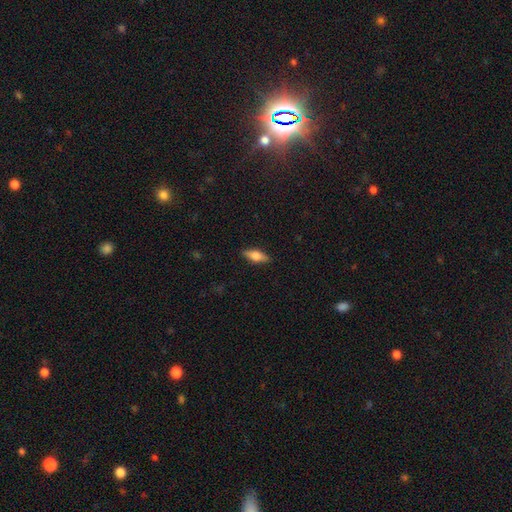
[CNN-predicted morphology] Smooth or featured? smooth (65%)
How rounded? in between (67%)
Merging? none (87%)